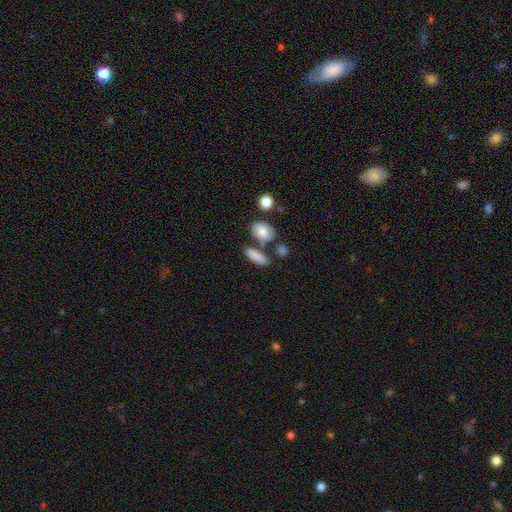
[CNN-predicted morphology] smooth_or_featured: smooth (p=0.84) [alt: featured or disk p=0.09]
how_rounded: in between (p=0.64) [alt: cigar-shaped p=0.29]
merging: none (p=0.69) [alt: merger p=0.14]